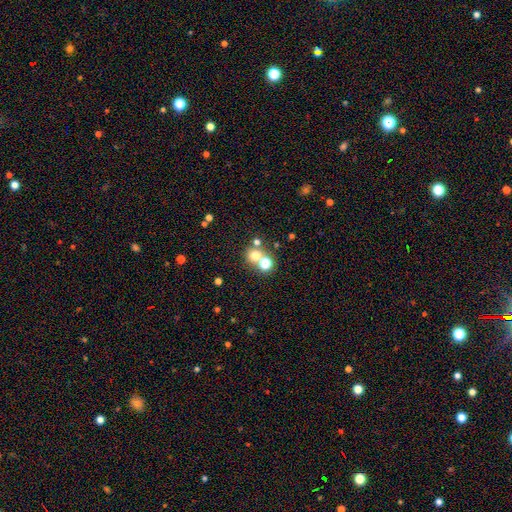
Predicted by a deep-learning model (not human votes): A smooth galaxy with no disk features (67%) that is round (85%). Merging: none (52%).